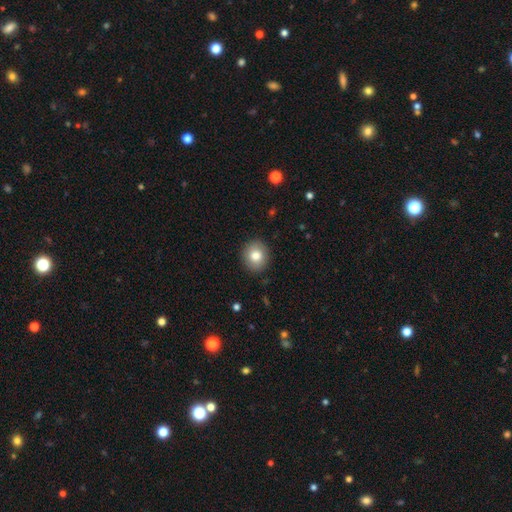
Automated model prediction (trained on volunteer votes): smooth-or-featured: smooth: 81% | featured or disk: 10% | star or artifact: 9%
  how-rounded: round: 78% | in between: 21% | cigar-shaped: 1%
  merging: none: 90% | minor disturbance: 7% | major disturbance: 2% | merger: 1%